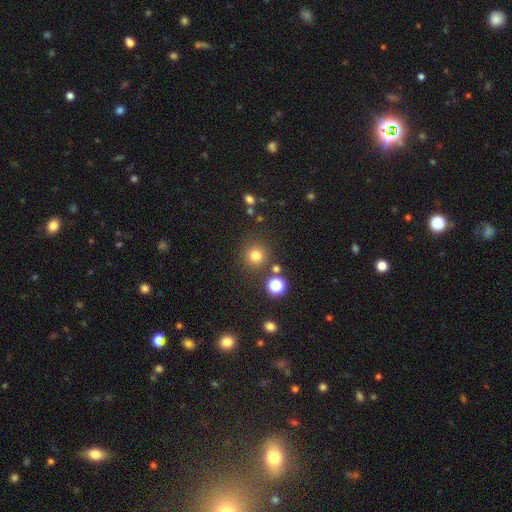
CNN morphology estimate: smooth-or-featured: smooth: 78% | star or artifact: 17% | featured or disk: 6%
  how-rounded: round: 94% | in between: 5% | cigar-shaped: 1%
  merging: none: 83% | minor disturbance: 8% | merger: 6% | major disturbance: 3%